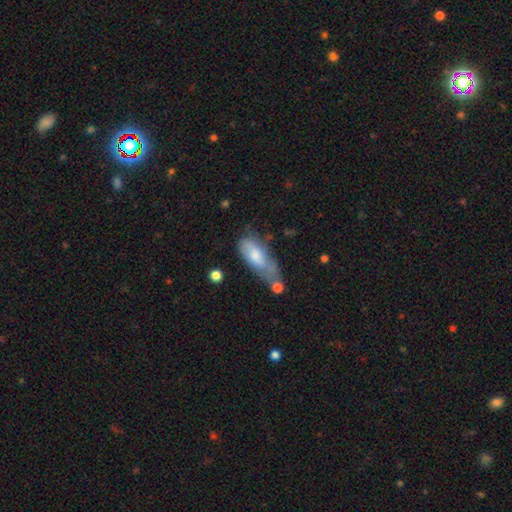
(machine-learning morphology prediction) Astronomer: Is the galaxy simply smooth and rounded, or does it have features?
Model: smooth — 62%.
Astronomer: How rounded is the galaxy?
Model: in between — 73%.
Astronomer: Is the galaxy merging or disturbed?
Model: none — 35% (runner-up: minor disturbance, 34%).